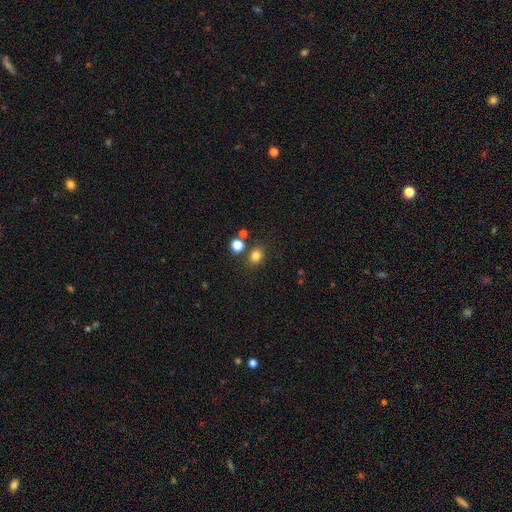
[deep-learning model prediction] smooth-or-featured: smooth: 80% | star or artifact: 14% | featured or disk: 5%
  how-rounded: round: 60% | in between: 39% | cigar-shaped: 1%
  merging: none: 77% | minor disturbance: 10% | merger: 9% | major disturbance: 3%